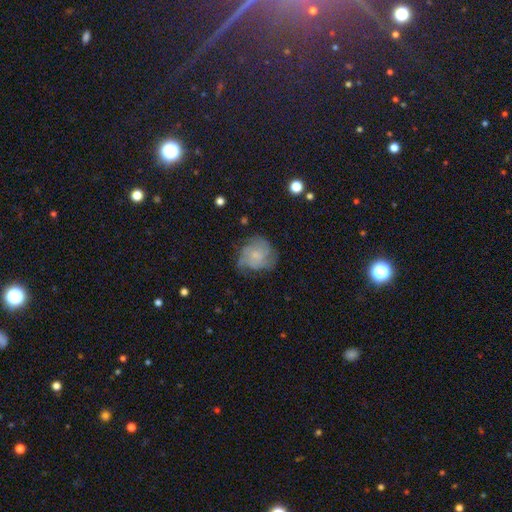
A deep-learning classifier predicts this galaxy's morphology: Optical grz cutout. It shows a featured or disk galaxy (57%) with no bar (81%), spiral arms (82%) and a small central bulge (66%). Merging: none (58%).